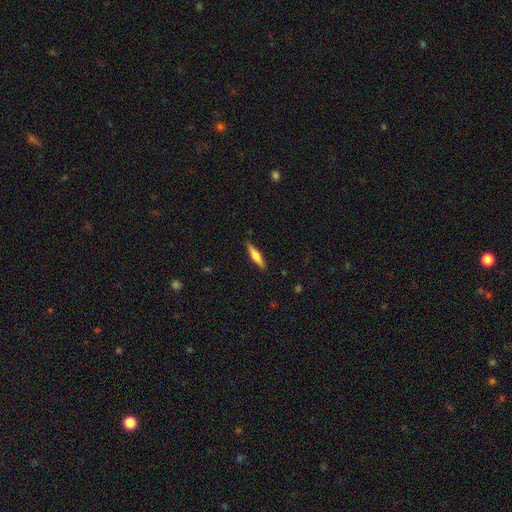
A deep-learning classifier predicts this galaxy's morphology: type=smooth (50%); merging=none (89%).